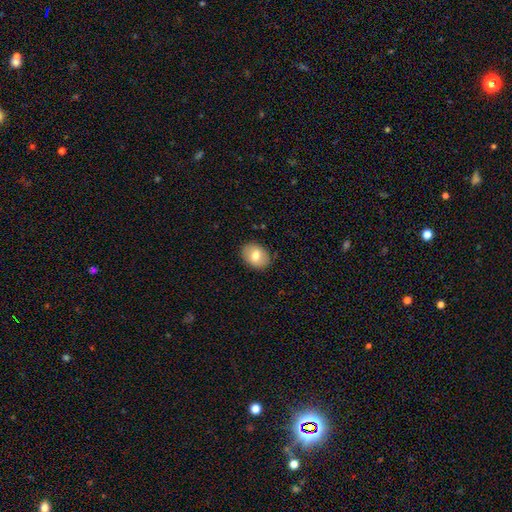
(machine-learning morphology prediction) Smooth or featured: smooth — 75% (featured or disk — 18%)
How rounded: in between — 64% (round — 35%)
Merging: none — 87% (minor disturbance — 9%)